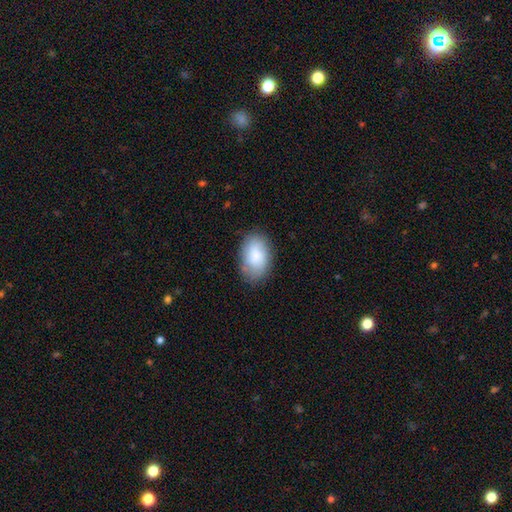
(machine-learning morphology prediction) Smooth or featured? smooth (82%)
How rounded? in between (90%)
Merging? none (77%)